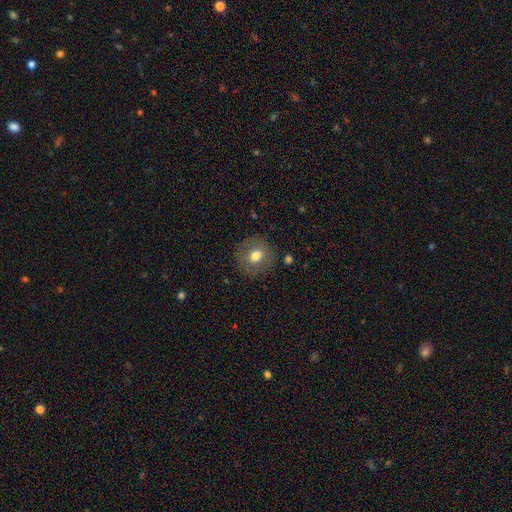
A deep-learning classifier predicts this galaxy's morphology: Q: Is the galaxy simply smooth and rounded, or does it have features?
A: smooth — 71%.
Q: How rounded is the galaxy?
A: round — 88%.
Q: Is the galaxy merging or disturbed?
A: none — 86%.